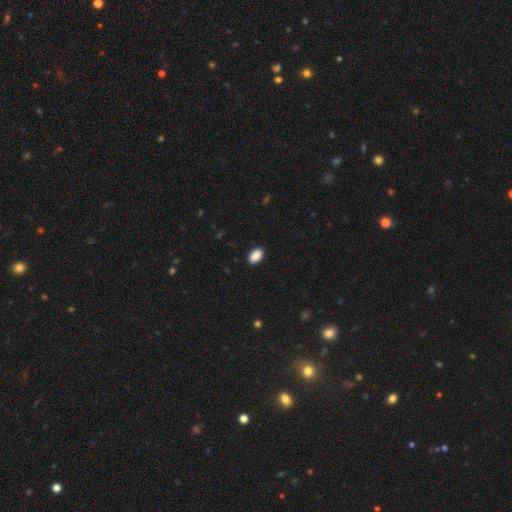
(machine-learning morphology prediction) smooth 90%, star or artifact 7%, featured or disk 3%. Down the decision tree: how rounded — in between (91%); merging — none (90%).